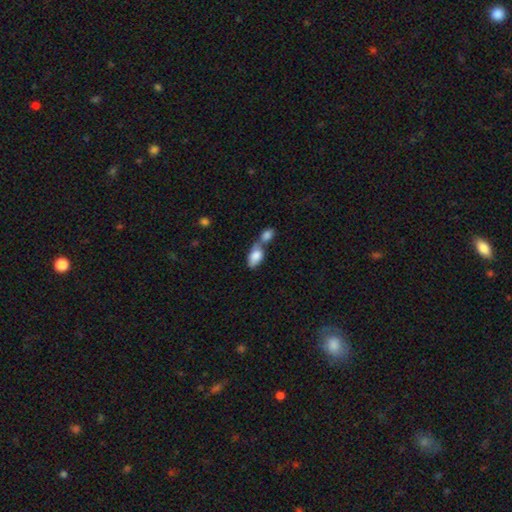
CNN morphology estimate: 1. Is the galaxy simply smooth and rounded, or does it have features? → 82% smooth, 12% featured or disk, 6% star or artifact.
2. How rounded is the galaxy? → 91% in between, 6% round, 3% cigar-shaped.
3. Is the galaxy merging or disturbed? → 64% merger, 23% none, 8% minor disturbance, 4% major disturbance.